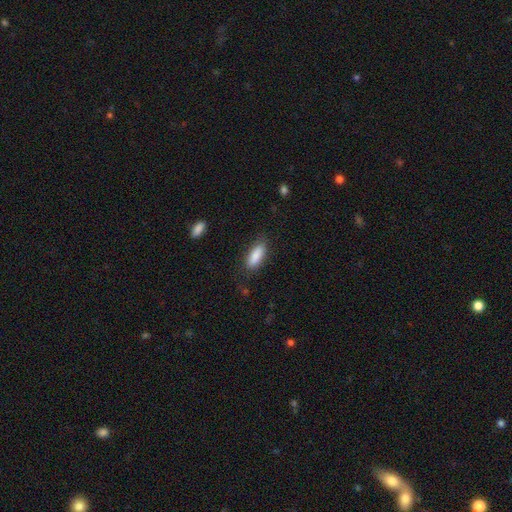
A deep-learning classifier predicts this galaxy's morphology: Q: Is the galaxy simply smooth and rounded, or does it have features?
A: smooth — 86%.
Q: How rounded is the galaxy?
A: in between — 72%.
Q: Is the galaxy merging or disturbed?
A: none — 80%.